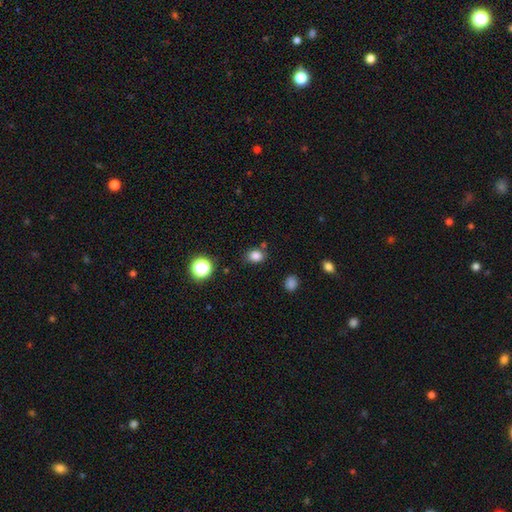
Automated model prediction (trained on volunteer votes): Morphology: type=smooth (81%); roundness=in between (52%); merging=none (78%).